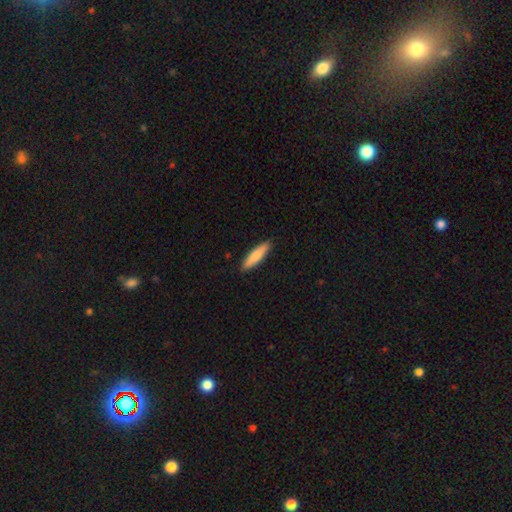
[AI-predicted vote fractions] Smooth or featured? Predicted: smooth (p=0.77). How rounded? Predicted: cigar-shaped (p=0.79). Merging? Predicted: none (p=0.91).